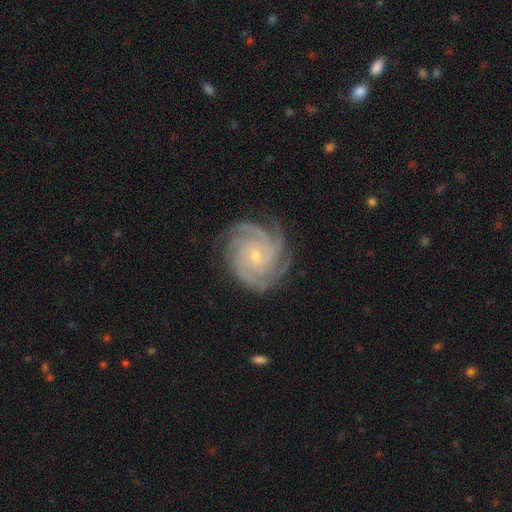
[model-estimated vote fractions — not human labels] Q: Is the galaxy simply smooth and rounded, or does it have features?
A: featured or disk — 90%.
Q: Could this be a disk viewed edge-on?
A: no — 98%.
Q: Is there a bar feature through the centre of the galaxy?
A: no — 74%.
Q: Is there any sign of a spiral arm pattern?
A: yes — 99%.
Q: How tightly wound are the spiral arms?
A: tight — 77%.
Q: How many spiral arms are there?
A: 4 — 40%.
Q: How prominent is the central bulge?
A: small — 75%.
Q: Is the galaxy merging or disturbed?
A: none — 81%.